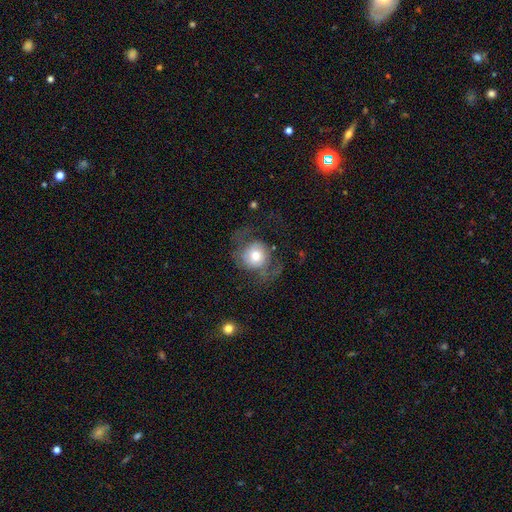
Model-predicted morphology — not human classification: A smooth galaxy with no disk features (52%) that is round (85%).

Vote fractions:
- Smooth or featured? smooth: 52% / featured or disk: 40% / star or artifact: 8%
- How rounded? round: 85% / in between: 14% / cigar-shaped: 1%
- Merging? none: 41% / major disturbance: 38% / minor disturbance: 18% / merger: 2%